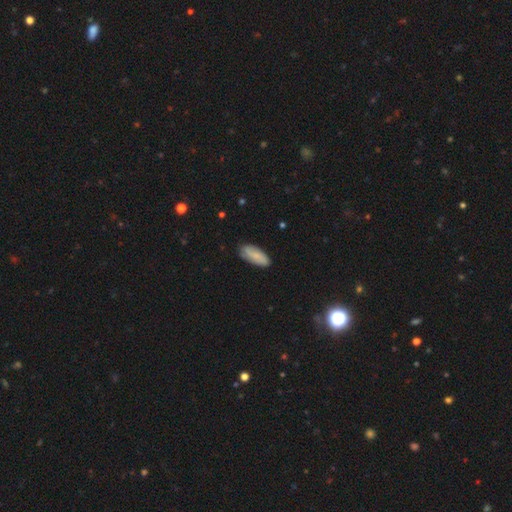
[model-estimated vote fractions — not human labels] Smooth or featured: smooth — 70% (featured or disk — 23%)
How rounded: in between — 81% (cigar-shaped — 17%)
Merging: none — 84% (minor disturbance — 13%)